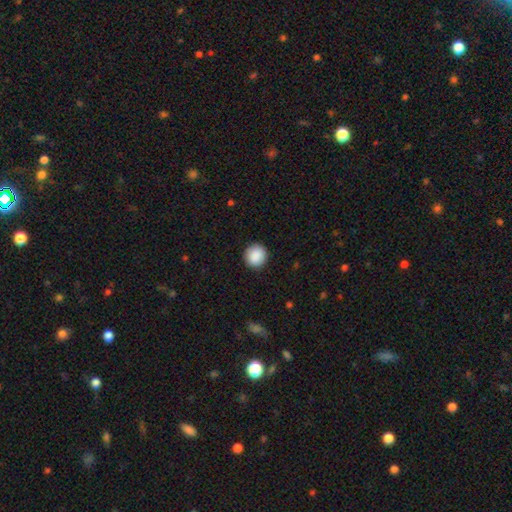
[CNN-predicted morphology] smooth_or_featured: smooth (p=0.90) [alt: star or artifact p=0.08]
how_rounded: round (p=0.92) [alt: in between p=0.07]
merging: none (p=0.91) [alt: minor disturbance p=0.06]